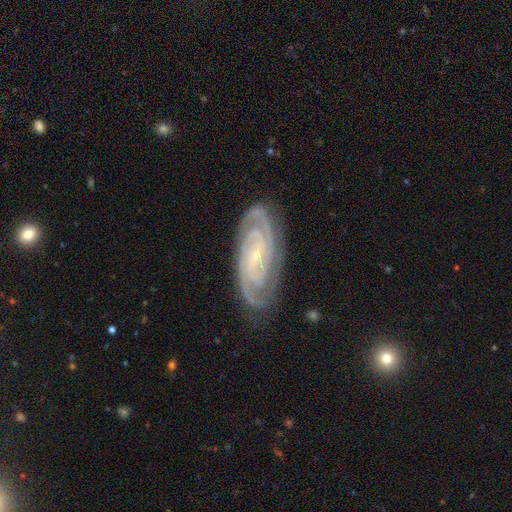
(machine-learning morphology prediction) smooth-or-featured: featured or disk: 90% | star or artifact: 5% | smooth: 5%
  disk-edge-on: no: 96% | yes: 4%
    bar: no: 52% | weak: 32% | strong: 15%
    has-spiral-arms: yes: 98% | no: 2%
      spiral-winding: tight: 74% | medium: 22% | loose: 3%
      spiral-arm-count: 2: 49% | 3: 19% | can't tell: 12% | 4: 9% | more than 4: 5% | 1: 5%
    bulge-size: small: 84% | moderate: 11% | none: 2% | large: 1% | dominant: 1%
  merging: none: 82% | minor disturbance: 14% | major disturbance: 3% | merger: 1%